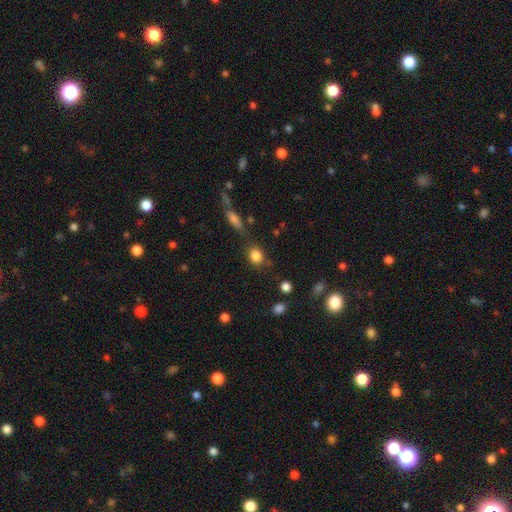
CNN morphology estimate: Q: Smooth or featured?
A: smooth (83%); runner-up: star or artifact (10%)
Q: How rounded?
A: round (63%); runner-up: in between (35%)
Q: Merging?
A: none (70%); runner-up: minor disturbance (16%)